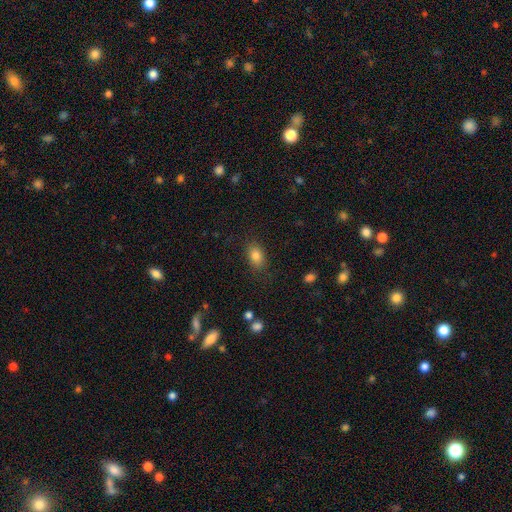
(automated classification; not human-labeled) smooth 83%, star or artifact 10%, featured or disk 8%. Down the decision tree: how rounded — in between (82%); merging — none (82%).